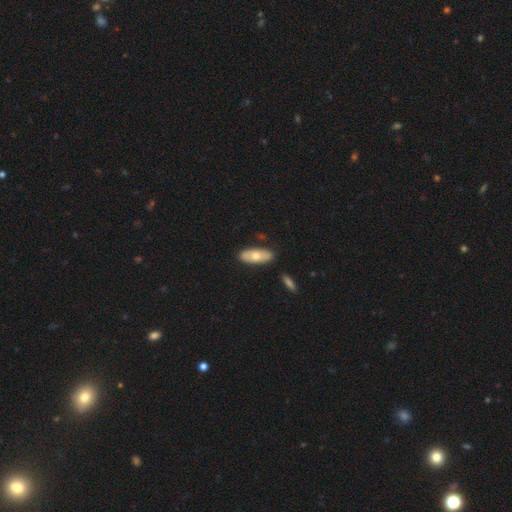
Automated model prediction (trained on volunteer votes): smooth-or-featured: smooth: 62% | featured or disk: 32% | star or artifact: 6%
  how-rounded: in between: 81% | cigar-shaped: 17% | round: 3%
  merging: none: 85% | minor disturbance: 10% | merger: 3% | major disturbance: 2%